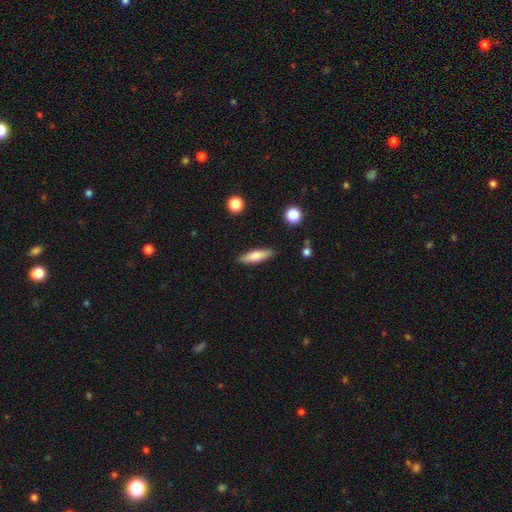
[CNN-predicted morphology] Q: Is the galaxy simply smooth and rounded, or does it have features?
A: smooth — 67%.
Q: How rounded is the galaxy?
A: cigar-shaped — 70%.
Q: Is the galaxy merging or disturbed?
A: none — 87%.